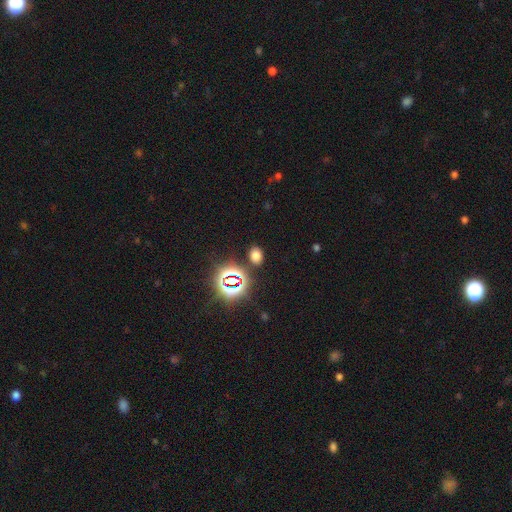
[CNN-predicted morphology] A smooth galaxy with no disk features (65%) that is in between round and cigar-shaped (69%). Merging: none (85%).